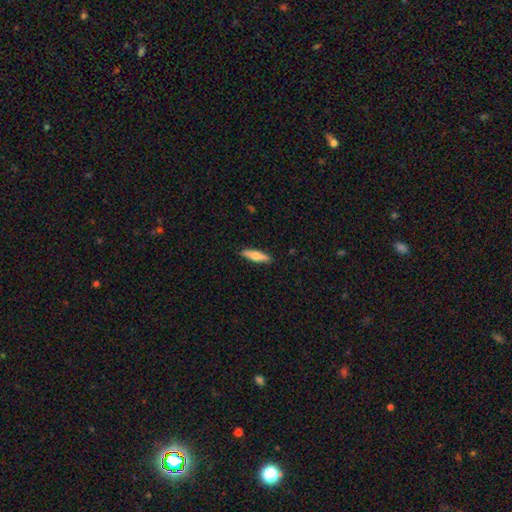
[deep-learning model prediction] This appears to be a smooth galaxy with no disk features (61%) that is cigar-shaped (68%). Merging: none (89%).